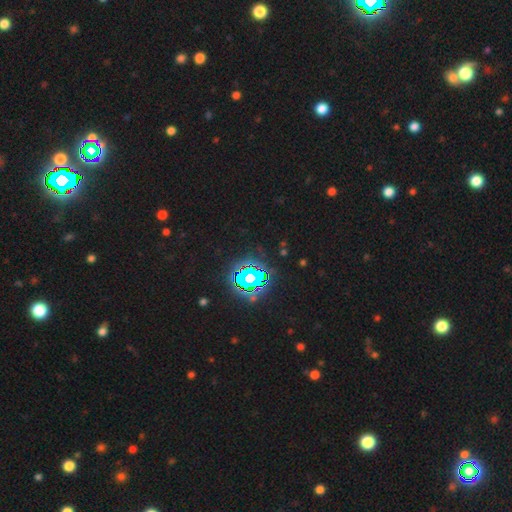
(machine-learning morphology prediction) smooth-or-featured: star or artifact: 84% | smooth: 9% | featured or disk: 6%